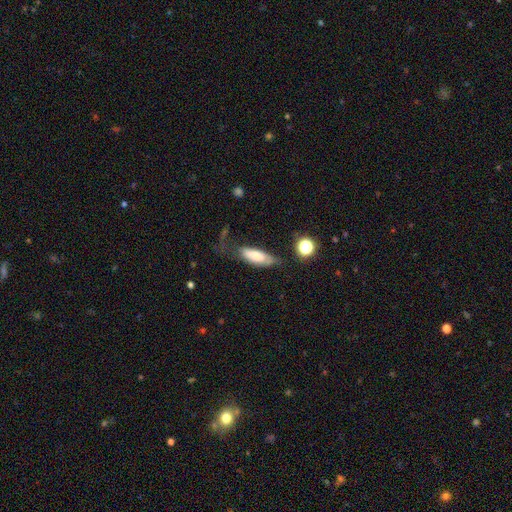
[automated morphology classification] The model was most divided on "merging": none: 40%, minor disturbance: 29%, major disturbance: 27%, merger: 4%. More confident: smooth or featured — smooth (70%); how rounded — in between (68%).